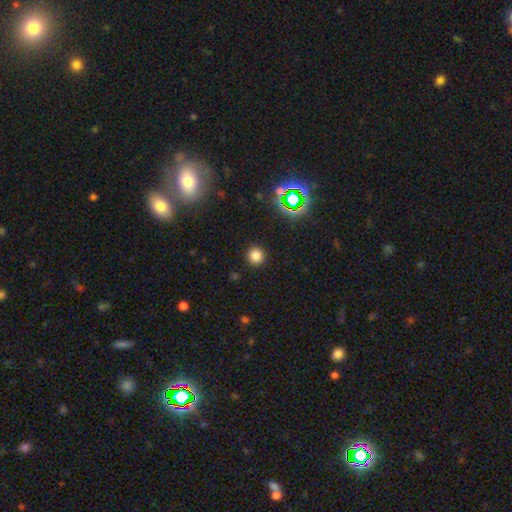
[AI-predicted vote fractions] This is likely a smooth galaxy (79%). How rounded: clearly round (94%). Merging: clearly none (91%).